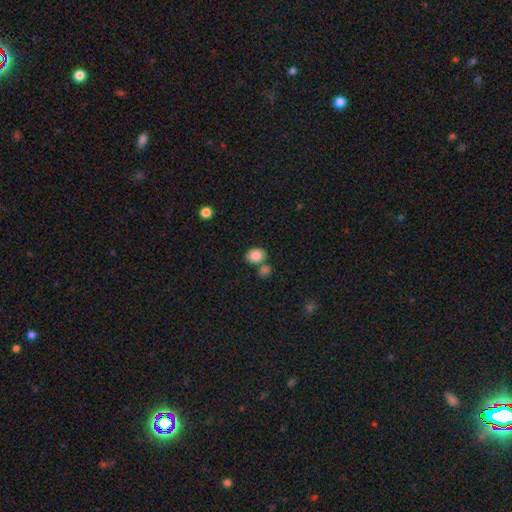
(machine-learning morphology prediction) This is clearly a smooth galaxy (86%). How rounded: possibly in between (54%). Merging: possibly none (56%).